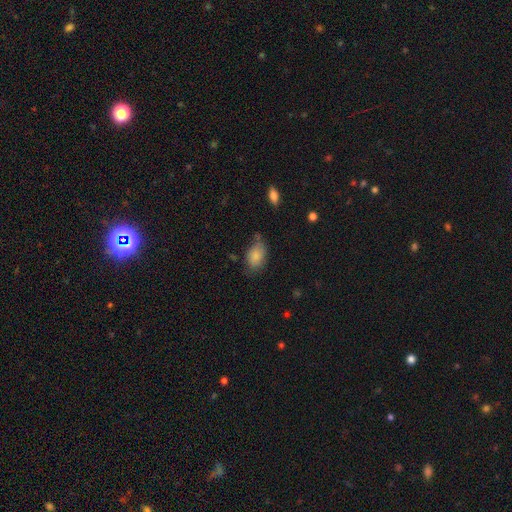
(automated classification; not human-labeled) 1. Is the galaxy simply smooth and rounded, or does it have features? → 85% smooth, 7% star or artifact, 7% featured or disk.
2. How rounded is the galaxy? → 88% in between, 10% round, 2% cigar-shaped.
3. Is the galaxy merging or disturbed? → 59% none, 29% minor disturbance, 7% major disturbance, 5% merger.